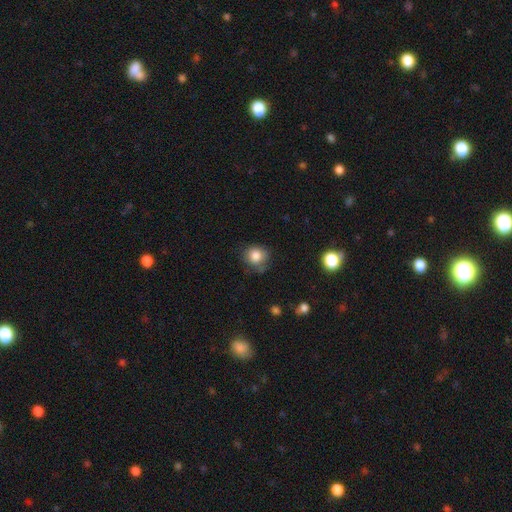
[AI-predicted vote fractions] This is clearly a smooth galaxy (82%). How rounded: likely round (80%). Merging: likely none (69%).